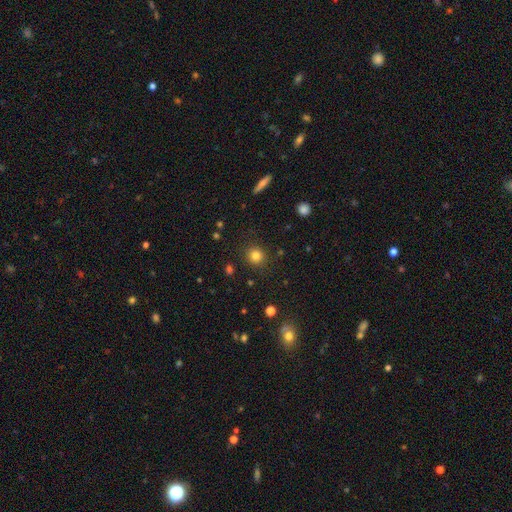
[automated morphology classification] Smooth or featured?
  - smooth: 81% *
  - star or artifact: 13%
  - featured or disk: 6%
How rounded?
  - round: 90% *
  - in between: 9%
  - cigar-shaped: 1%
Merging?
  - none: 89% *
  - minor disturbance: 7%
  - major disturbance: 3%
  - merger: 1%